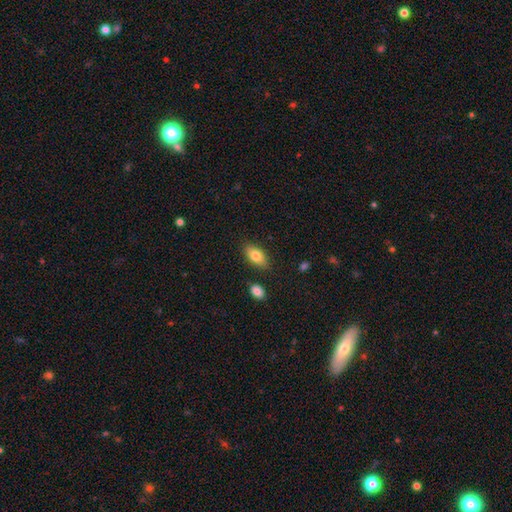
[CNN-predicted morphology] This appears to be a smooth galaxy with no disk features (81%) that is in between round and cigar-shaped (89%). Merging: none (83%).